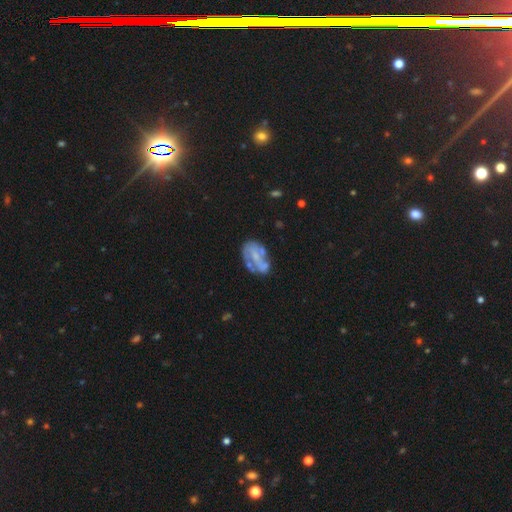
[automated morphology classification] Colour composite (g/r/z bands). It shows a featured or disk galaxy (64%) with no bar (62%), no spiral arms (54%) and a small central bulge (41%). Merging: none (43%).